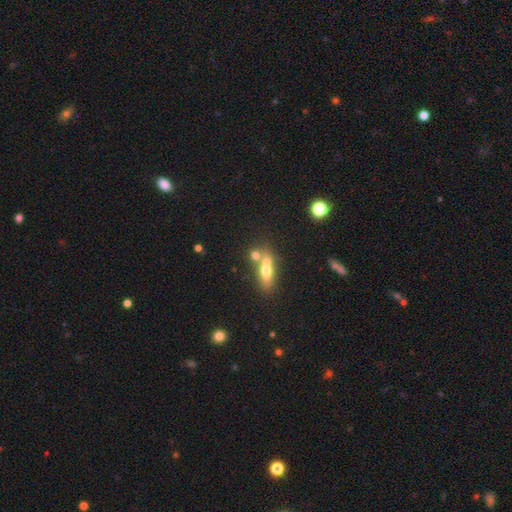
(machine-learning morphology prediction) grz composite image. It shows a smooth galaxy with no disk features (61%) that is in between round and cigar-shaped (51%). Merging: merger (50%).